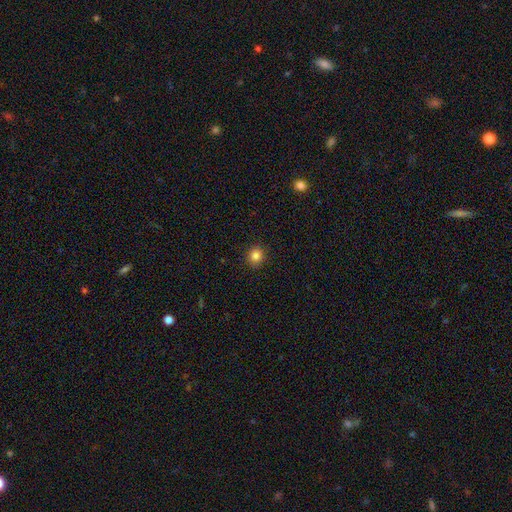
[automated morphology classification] Q: Smooth or featured?
A: smooth (83%); runner-up: star or artifact (12%)
Q: How rounded?
A: round (84%); runner-up: in between (15%)
Q: Merging?
A: none (91%); runner-up: minor disturbance (6%)